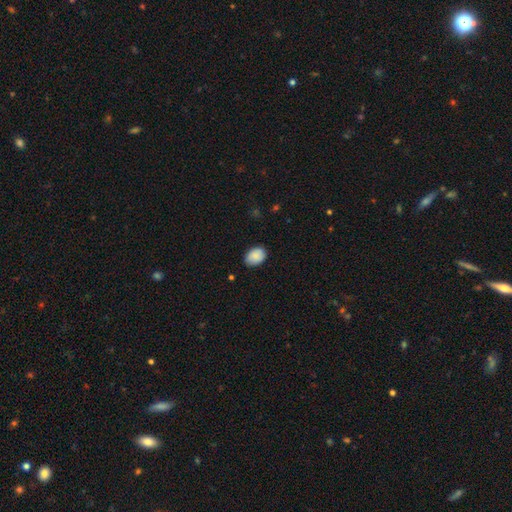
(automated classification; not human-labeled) smooth_or_featured: smooth (p=0.86) [alt: featured or disk p=0.07]
how_rounded: in between (p=0.78) [alt: round p=0.21]
merging: none (p=0.77) [alt: minor disturbance p=0.19]